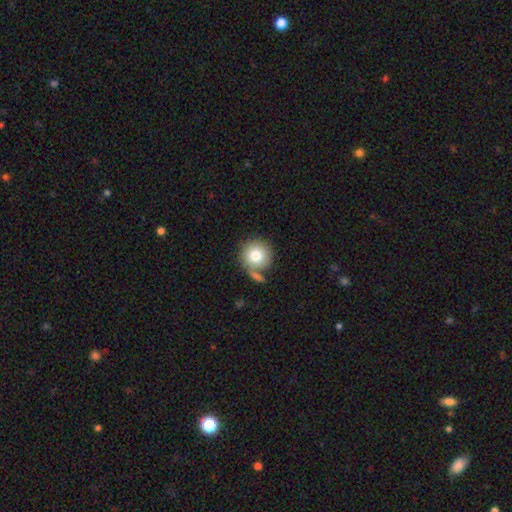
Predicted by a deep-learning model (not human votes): A smooth galaxy with no disk features (79%) that is round (92%). Merging: none (64%).